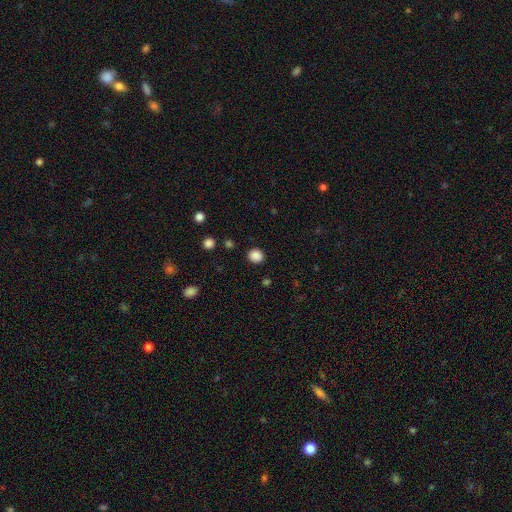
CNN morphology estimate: smooth 87%, star or artifact 11%, featured or disk 3%. Down the decision tree: how rounded — round (80%); merging — none (89%).